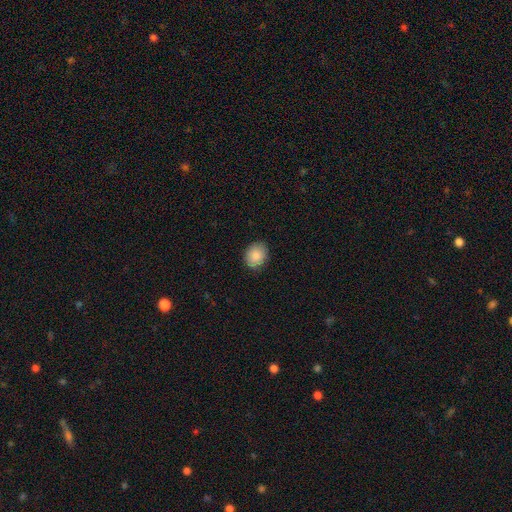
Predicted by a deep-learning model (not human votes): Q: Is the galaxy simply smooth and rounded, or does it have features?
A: smooth — 87%.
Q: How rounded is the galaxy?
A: round — 54%.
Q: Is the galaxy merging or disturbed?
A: none — 87%.